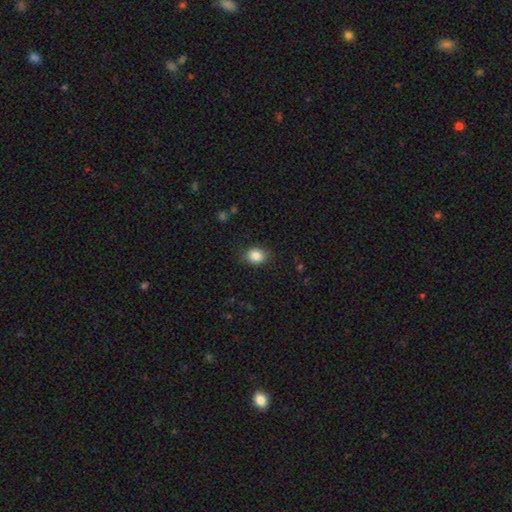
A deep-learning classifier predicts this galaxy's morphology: A smooth galaxy with no disk features (86%) that is round (59%). Merging: none (83%).